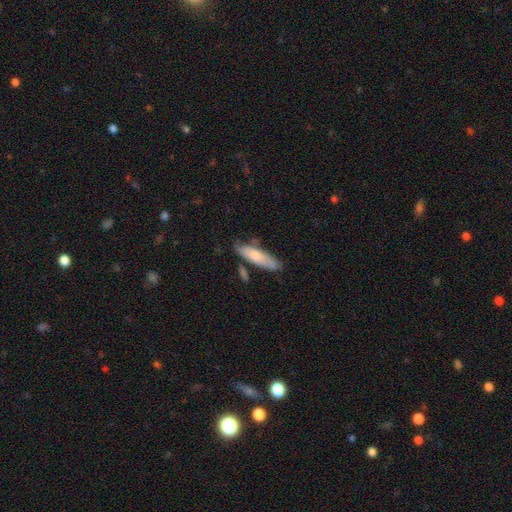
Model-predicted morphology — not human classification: A smooth galaxy with no disk features (71%) that is cigar-shaped (63%). Merging: none (64%).